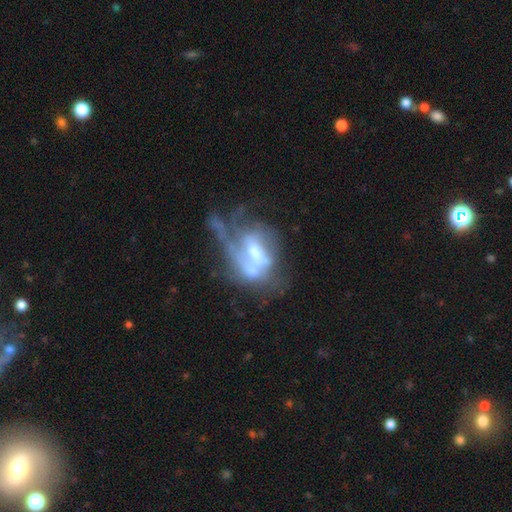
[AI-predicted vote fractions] The model was most divided on "bar": no: 43%, weak: 38%, strong: 18%. Remaining: edge-on disk — no (95%); smooth or featured — featured or disk (74%); spiral arms — yes (62%); bulge size — moderate (56%); merging — major disturbance (38%).